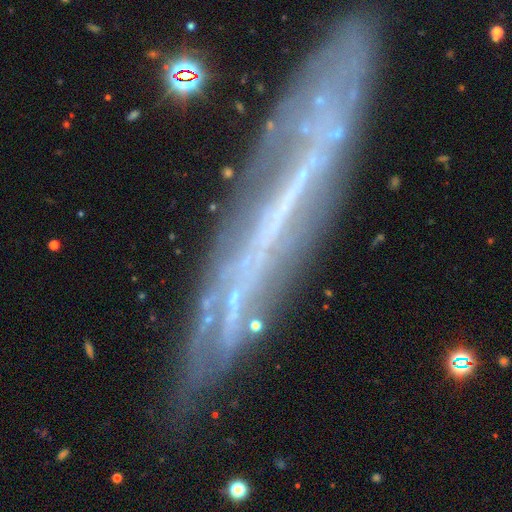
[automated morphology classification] The model was most divided on "edge-on disk": yes: 62%, no: 38%. More confident: smooth or featured — featured or disk (69%); merging — none (65%).